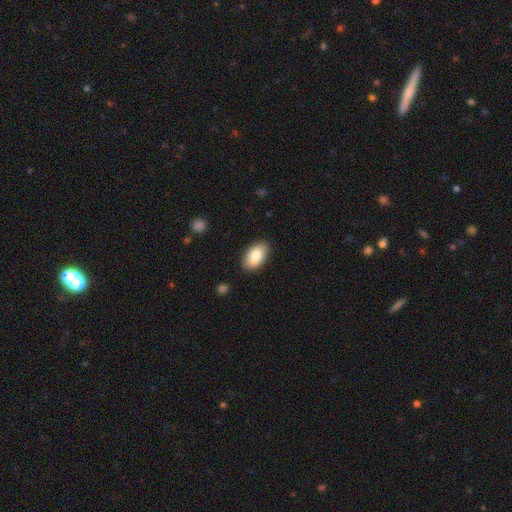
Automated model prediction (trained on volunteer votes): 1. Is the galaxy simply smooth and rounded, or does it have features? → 81% smooth, 12% featured or disk, 6% star or artifact.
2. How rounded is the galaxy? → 94% in between, 5% round, 2% cigar-shaped.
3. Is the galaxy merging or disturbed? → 86% none, 10% minor disturbance, 2% major disturbance, 1% merger.